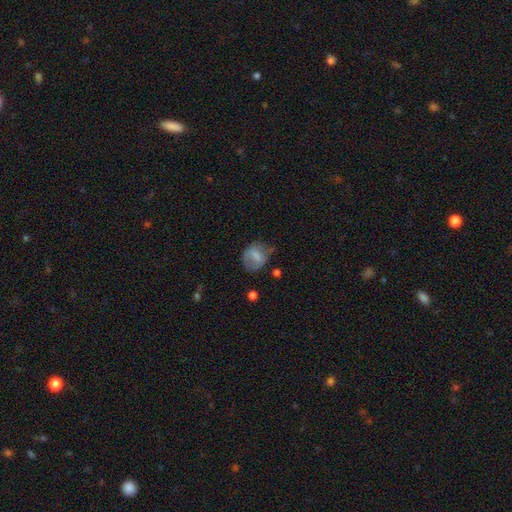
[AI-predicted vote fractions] Smooth or featured? Predicted: smooth (p=0.67). How rounded? Predicted: round (p=0.56). Merging? Predicted: none (p=0.52).